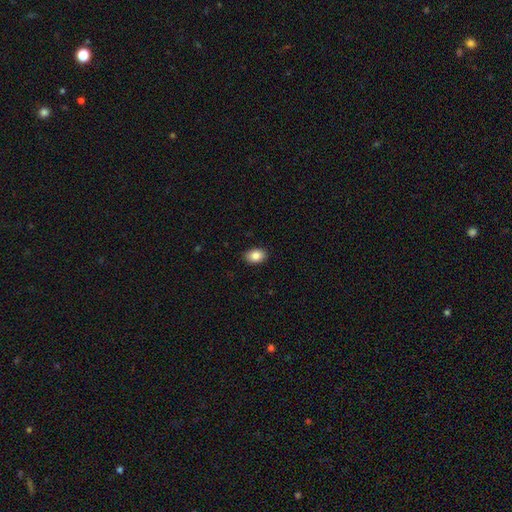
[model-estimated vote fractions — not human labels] Morphology: type=smooth (87%); roundness=in between (82%); merging=none (89%).